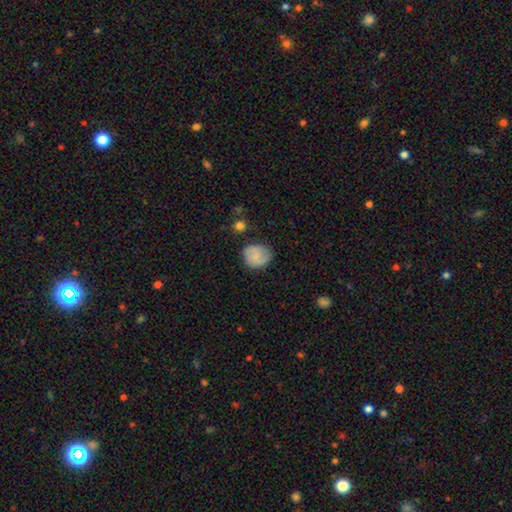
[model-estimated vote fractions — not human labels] Smooth or featured?
  - smooth: 69% *
  - featured or disk: 23%
  - star or artifact: 8%
How rounded?
  - round: 76% *
  - in between: 23%
  - cigar-shaped: 1%
Merging?
  - none: 74% *
  - minor disturbance: 19%
  - major disturbance: 5%
  - merger: 2%